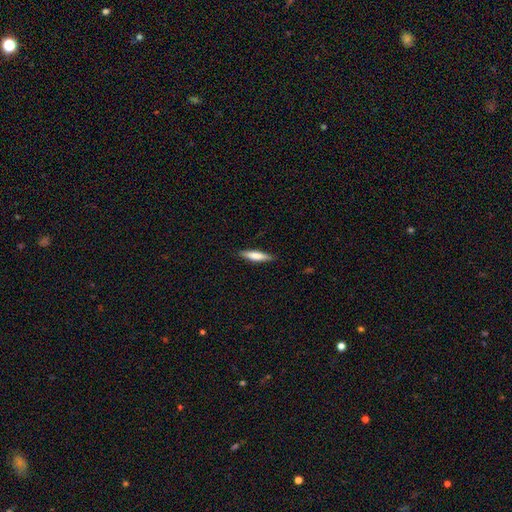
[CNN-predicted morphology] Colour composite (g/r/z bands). It shows a smooth galaxy with no disk features (72%) that is cigar-shaped (78%). Merging: none (87%).